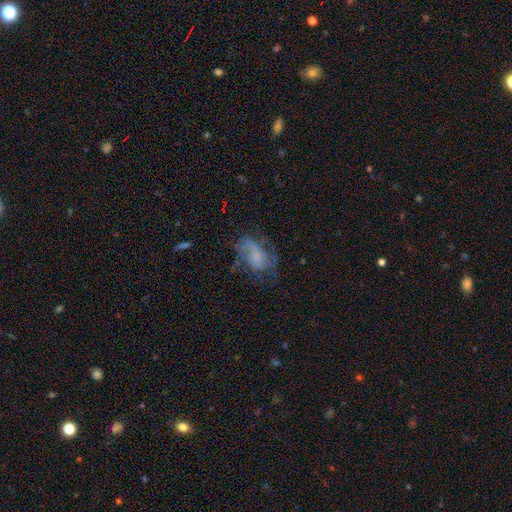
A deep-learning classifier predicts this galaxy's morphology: featured or disk 64%, smooth 27%, star or artifact 10%. Down the decision tree: edge-on disk — no (97%); bar — no (66%); spiral arms — yes (79%); bulge size — none (36%); merging — none (46%).